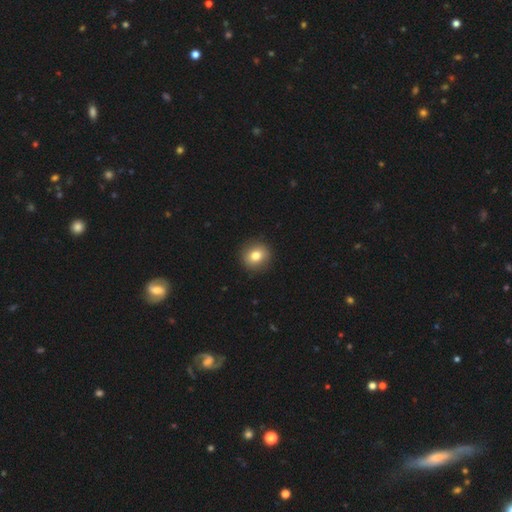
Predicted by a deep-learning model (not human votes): Smooth or featured? Predicted: smooth (p=0.80). How rounded? Predicted: round (p=0.86). Merging? Predicted: none (p=0.91).